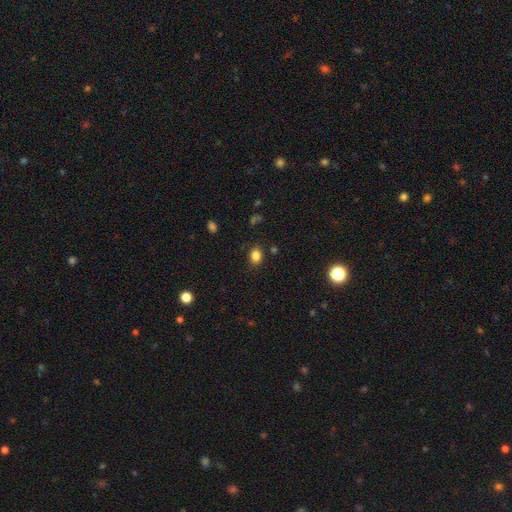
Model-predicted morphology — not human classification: This is clearly a smooth galaxy (84%). How rounded: likely in between (61%). Merging: clearly none (85%).